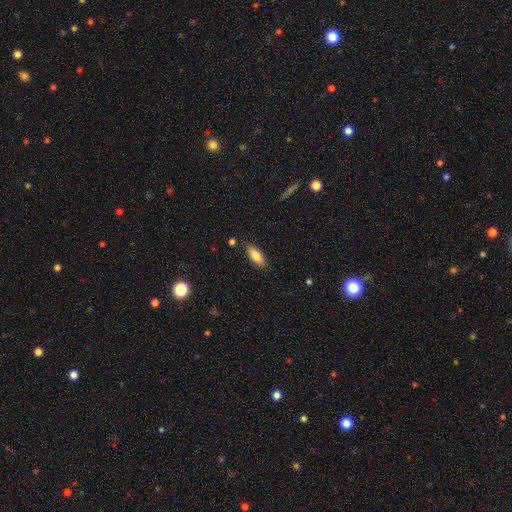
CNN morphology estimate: Smooth or featured?
  - smooth: 85% *
  - featured or disk: 8%
  - star or artifact: 7%
How rounded?
  - in between: 83% *
  - cigar-shaped: 15%
  - round: 2%
Merging?
  - none: 85% *
  - minor disturbance: 11%
  - major disturbance: 2%
  - merger: 2%